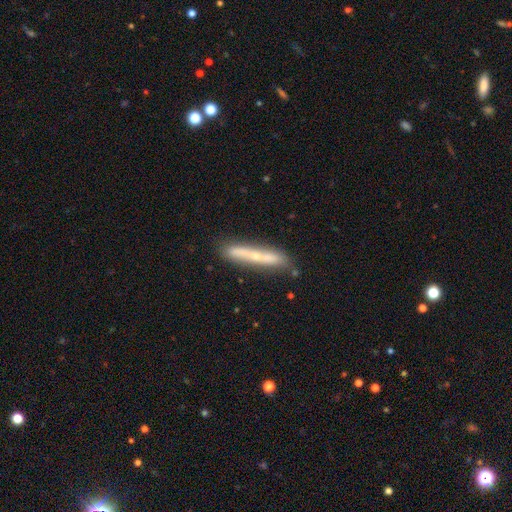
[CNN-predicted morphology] Smooth or featured?
  - featured or disk: 53% *
  - smooth: 40%
  - star or artifact: 7%
Edge-on disk?
  - yes: 80% *
  - no: 20%
Merging?
  - none: 75% *
  - minor disturbance: 15%
  - merger: 6%
  - major disturbance: 3%